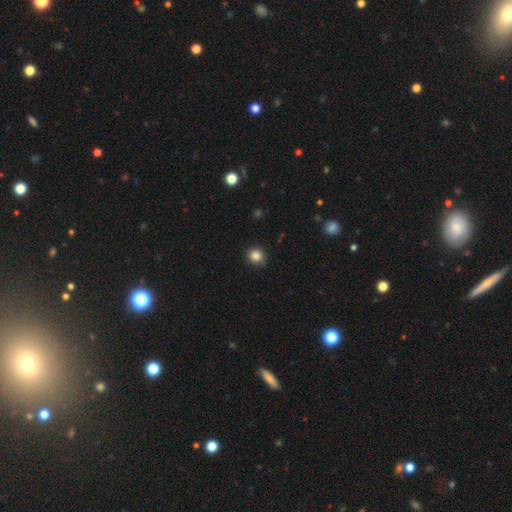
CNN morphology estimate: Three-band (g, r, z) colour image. It shows a smooth galaxy with no disk features (85%) that is round (84%). Merging: none (81%).